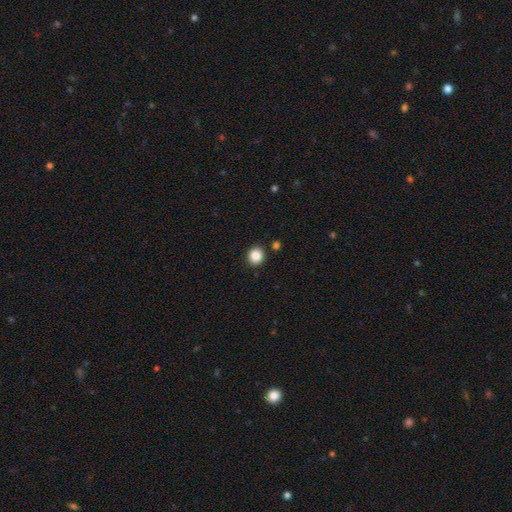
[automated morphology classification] This is clearly a smooth galaxy (87%). How rounded: clearly round (83%). Merging: clearly none (88%).